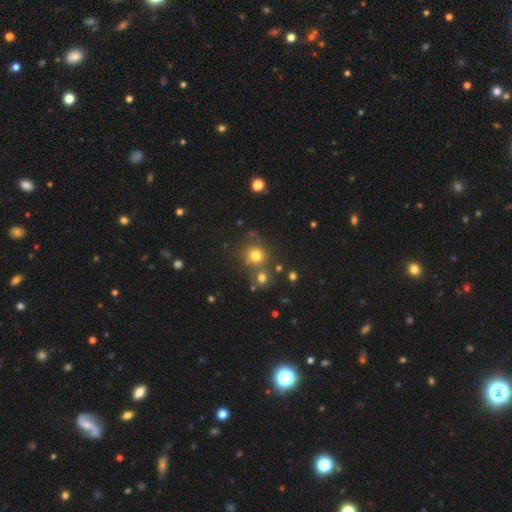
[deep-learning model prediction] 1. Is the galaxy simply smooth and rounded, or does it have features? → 75% smooth, 16% star or artifact, 9% featured or disk.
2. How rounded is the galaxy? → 88% round, 11% in between, 1% cigar-shaped.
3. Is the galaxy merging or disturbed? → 66% none, 19% merger, 11% minor disturbance, 5% major disturbance.